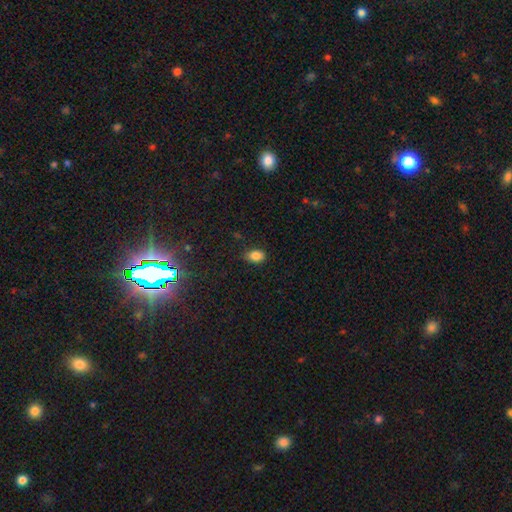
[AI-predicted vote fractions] A smooth galaxy with no disk features (84%) that is in between round and cigar-shaped (82%). Merging: none (79%).